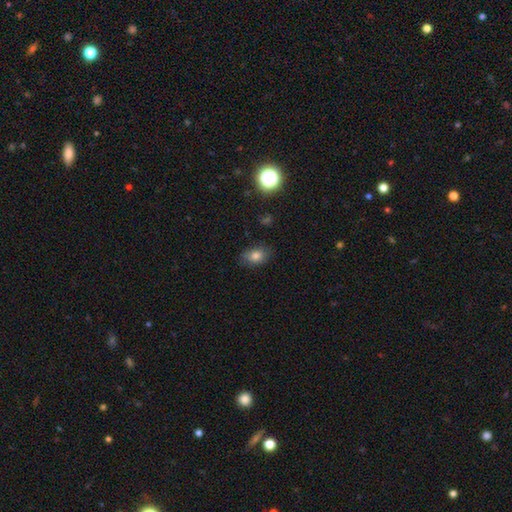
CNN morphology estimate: This appears to be a smooth galaxy with no disk features (78%) that is in between round and cigar-shaped (76%). Merging: none (80%).